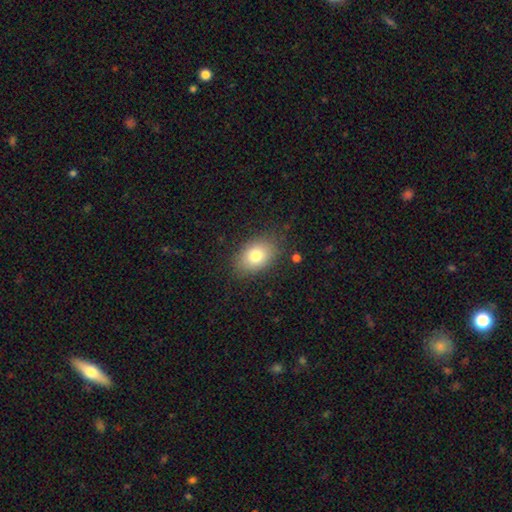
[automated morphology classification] Smooth or featured: smooth — 78% (featured or disk — 13%)
How rounded: in between — 79% (round — 19%)
Merging: none — 82% (minor disturbance — 13%)